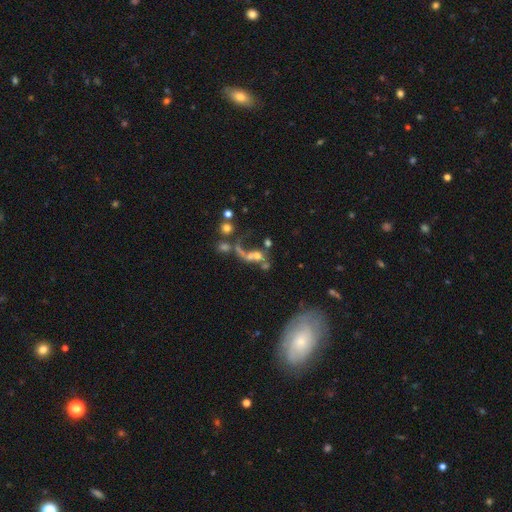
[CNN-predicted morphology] This appears to be a featured or disk galaxy (40%). Merging: merger (46%).